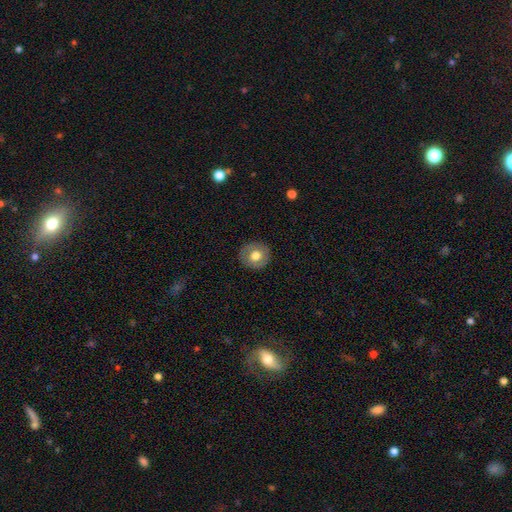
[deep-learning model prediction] Overall: smooth (67%). How rounded: round (87%). Merging: none (89%).